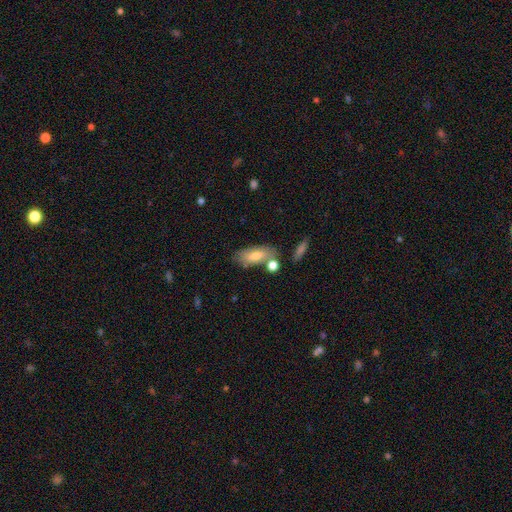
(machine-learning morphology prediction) This is likely a smooth galaxy (70%). How rounded: likely in between (79%). Merging: likely none (62%).